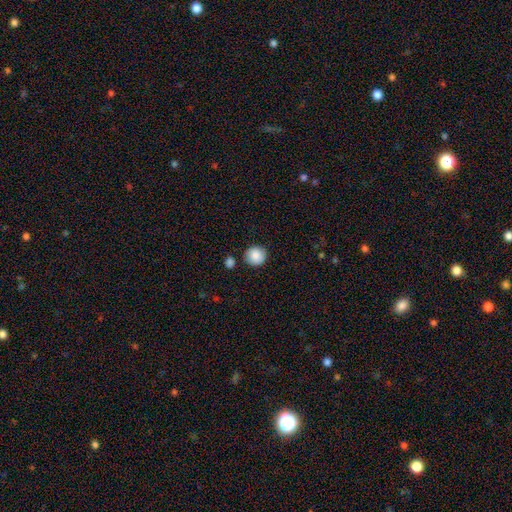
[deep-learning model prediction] A smooth galaxy with no disk features (88%) that is round (93%).

Vote fractions:
- Smooth or featured? smooth: 88% / star or artifact: 8% / featured or disk: 4%
- How rounded? round: 93% / in between: 6% / cigar-shaped: 1%
- Merging? none: 86% / minor disturbance: 8% / merger: 4% / major disturbance: 2%